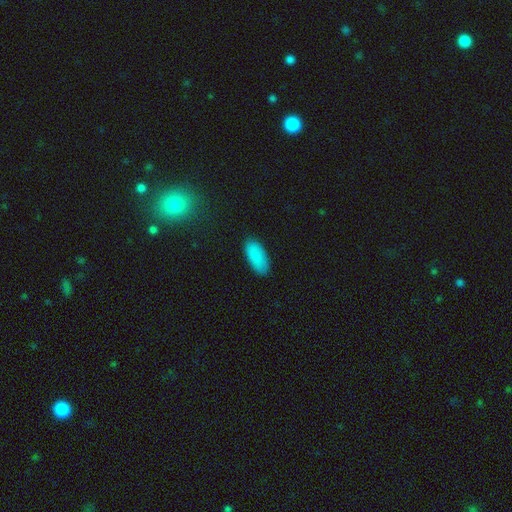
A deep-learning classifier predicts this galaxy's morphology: Smooth or featured?
  - smooth: 88% *
  - star or artifact: 7%
  - featured or disk: 5%
How rounded?
  - in between: 89% *
  - cigar-shaped: 9%
  - round: 2%
Merging?
  - none: 85% *
  - minor disturbance: 11%
  - major disturbance: 2%
  - merger: 1%